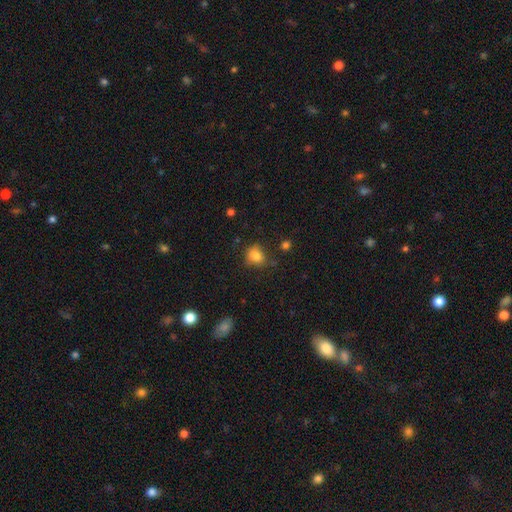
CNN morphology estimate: smooth-or-featured: smooth: 80% | star or artifact: 12% | featured or disk: 8%
  how-rounded: round: 66% | in between: 33% | cigar-shaped: 1%
  merging: none: 67% | minor disturbance: 22% | major disturbance: 7% | merger: 3%